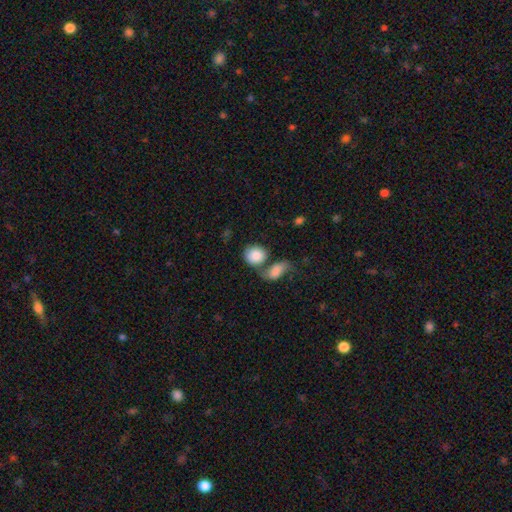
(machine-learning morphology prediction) The model was most divided on "merging": merger: 51%, none: 32%, minor disturbance: 10%, major disturbance: 7%. More confident: smooth or featured — smooth (84%); how rounded — round (66%).